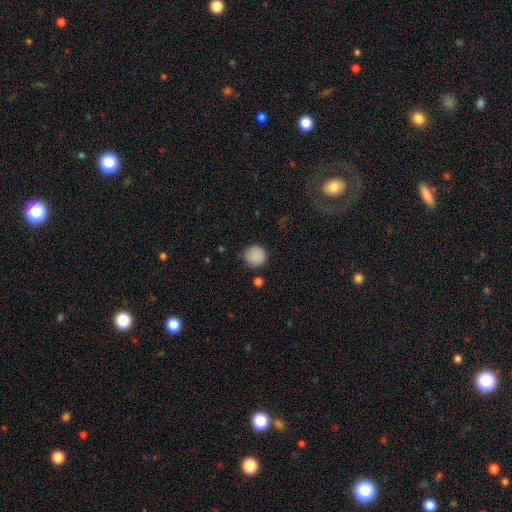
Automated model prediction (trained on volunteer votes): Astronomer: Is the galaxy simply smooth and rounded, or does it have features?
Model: smooth — 88%.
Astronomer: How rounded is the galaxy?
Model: round — 94%.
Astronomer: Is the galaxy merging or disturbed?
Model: none — 85%.